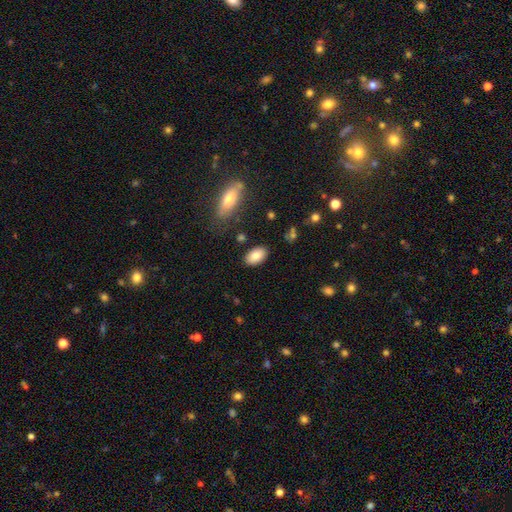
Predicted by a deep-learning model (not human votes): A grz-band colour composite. It shows a smooth galaxy with no disk features (84%) that is in between round and cigar-shaped (93%). Merging: none (85%).